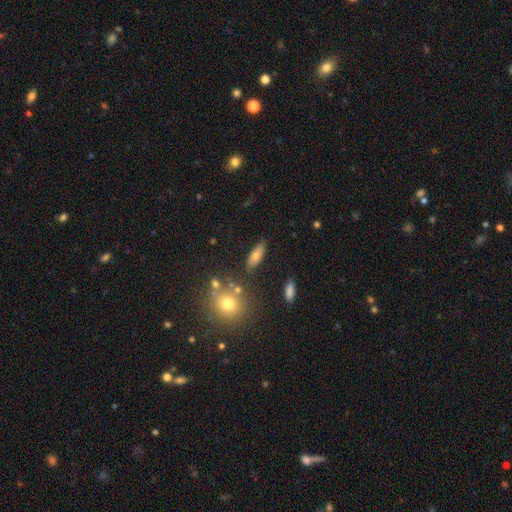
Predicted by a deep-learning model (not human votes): The model was most divided on "how rounded": in between: 68%, cigar-shaped: 28%, round: 4%. More confident: merging — none (79%); smooth or featured — smooth (72%).